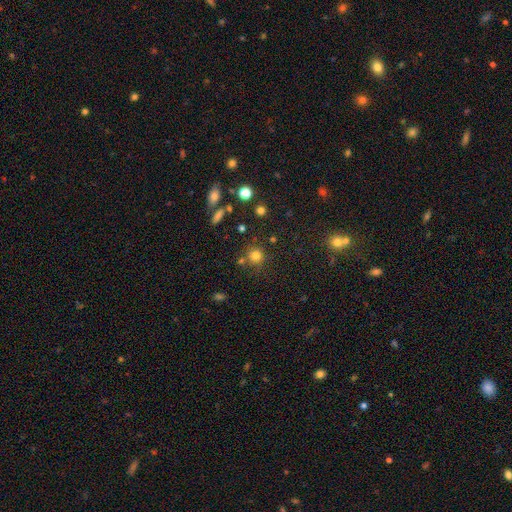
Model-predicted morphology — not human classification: Q: Smooth or featured?
A: smooth (77%); runner-up: star or artifact (16%)
Q: How rounded?
A: round (91%); runner-up: in between (8%)
Q: Merging?
A: none (75%); runner-up: minor disturbance (11%)